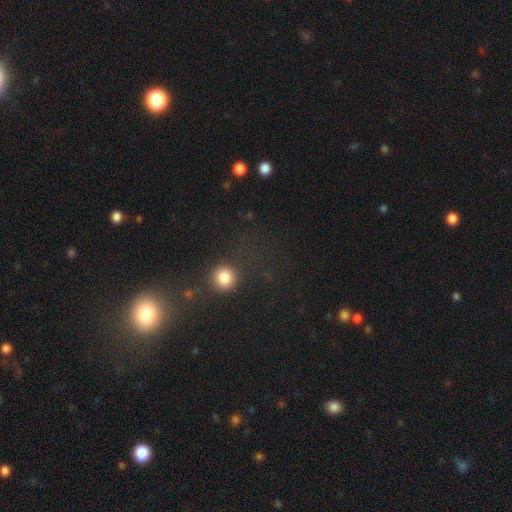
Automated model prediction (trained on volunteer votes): Q: Smooth or featured?
A: star or artifact (52%); runner-up: smooth (40%)